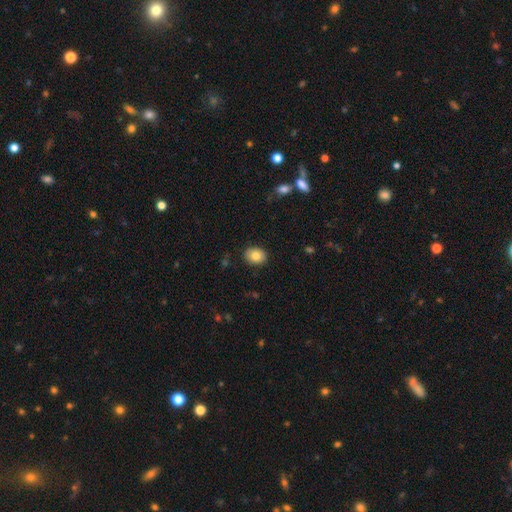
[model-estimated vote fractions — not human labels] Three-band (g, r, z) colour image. It shows a smooth galaxy with no disk features (83%) that is in between round and cigar-shaped (56%). Merging: none (88%).